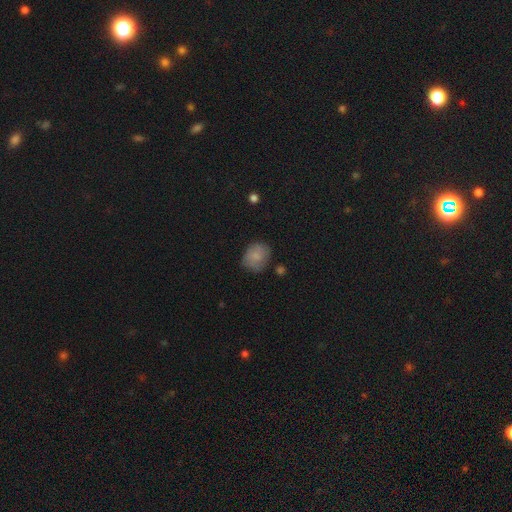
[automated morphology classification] Smooth or featured? smooth (81%)
How rounded? round (58%)
Merging? none (67%)